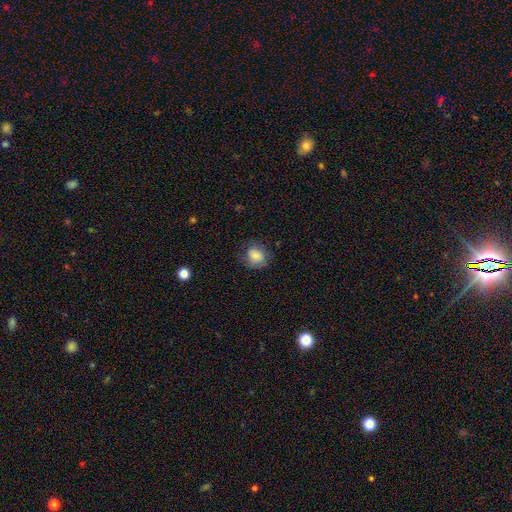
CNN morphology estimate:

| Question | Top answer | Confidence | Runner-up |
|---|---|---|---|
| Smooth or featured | smooth | 75% | featured or disk (16%) |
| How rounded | round | 64% | in between (35%) |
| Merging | none | 68% | minor disturbance (22%) |